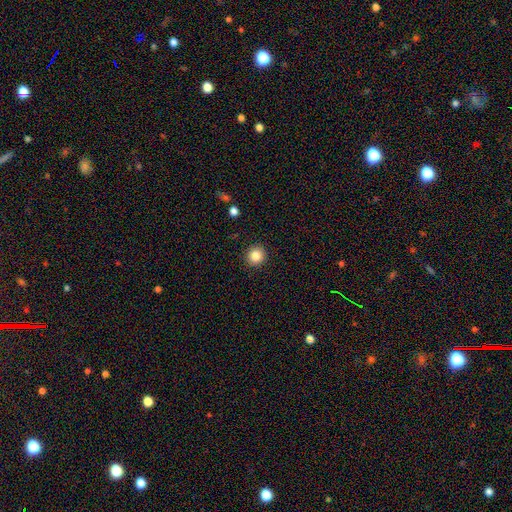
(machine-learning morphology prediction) Smooth or featured: smooth — 85% (star or artifact — 10%)
How rounded: round — 91% (in between — 8%)
Merging: none — 92% (minor disturbance — 5%)